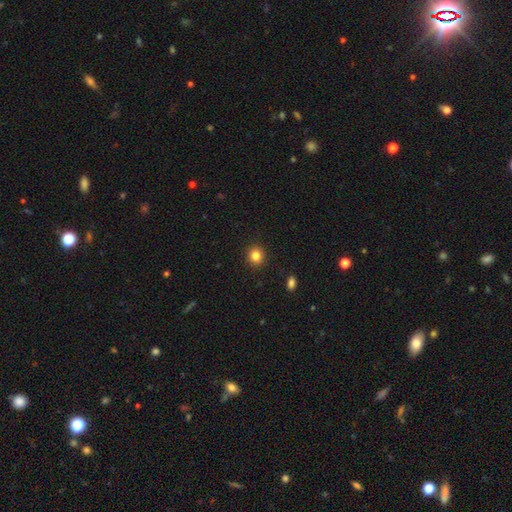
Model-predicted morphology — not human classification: smooth 84%, star or artifact 12%, featured or disk 5%. Down the decision tree: how rounded — round (86%); merging — none (91%).